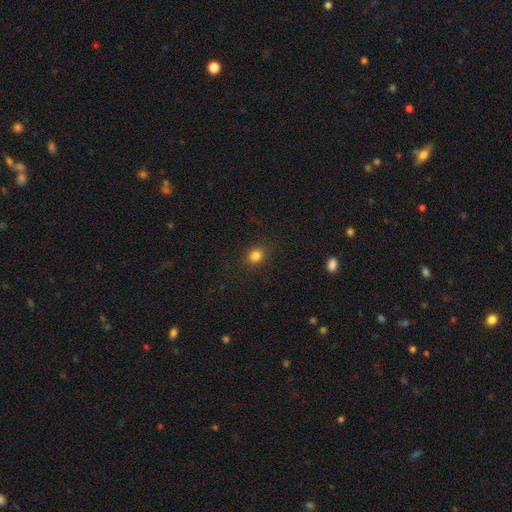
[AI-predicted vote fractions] smooth-or-featured: smooth: 84% | star or artifact: 12% | featured or disk: 5%
  how-rounded: round: 58% | in between: 41% | cigar-shaped: 1%
  merging: none: 86% | minor disturbance: 9% | major disturbance: 3% | merger: 1%